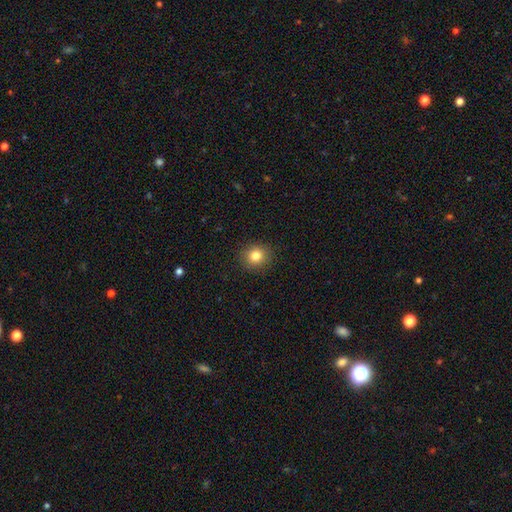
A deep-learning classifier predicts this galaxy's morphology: Smooth or featured: smooth — 82% (star or artifact — 11%)
How rounded: round — 85% (in between — 14%)
Merging: none — 90% (minor disturbance — 6%)